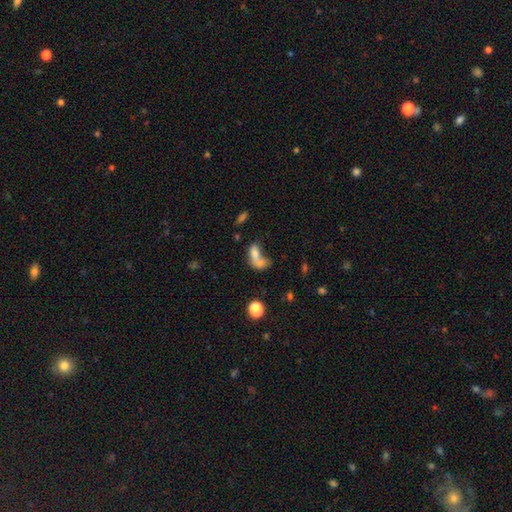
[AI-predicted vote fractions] The model was most divided on "merging": merger: 49%, none: 20%, major disturbance: 20%, minor disturbance: 10%. More confident: how rounded — in between (75%); smooth or featured — smooth (67%).